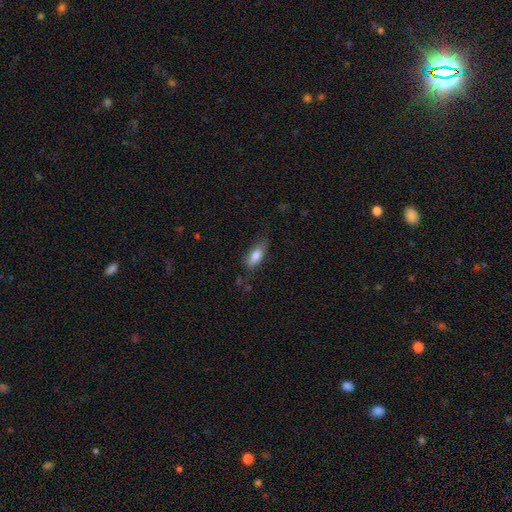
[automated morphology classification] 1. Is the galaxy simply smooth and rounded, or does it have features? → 81% smooth, 12% featured or disk, 7% star or artifact.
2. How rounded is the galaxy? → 75% in between, 23% cigar-shaped, 2% round.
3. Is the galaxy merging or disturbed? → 63% none, 27% minor disturbance, 8% major disturbance, 2% merger.